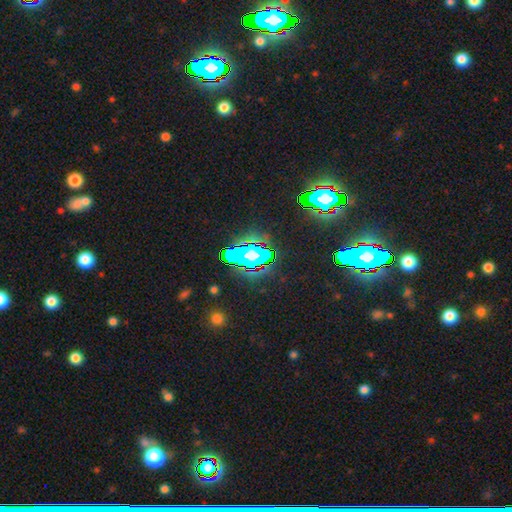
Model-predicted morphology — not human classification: Smooth or featured: star or artifact — 61% (smooth — 21%)